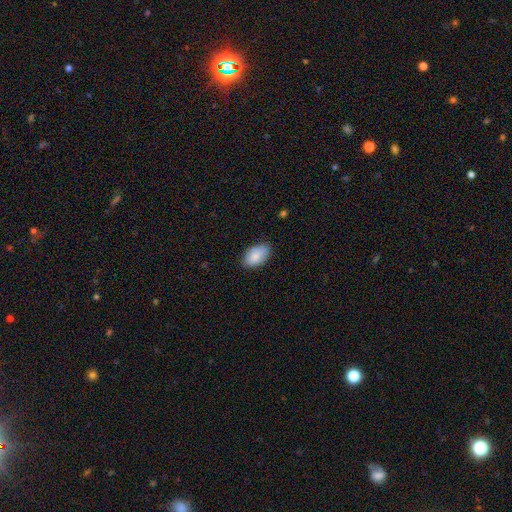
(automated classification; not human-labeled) This is clearly a smooth galaxy (85%). How rounded: clearly in between (94%). Merging: likely none (78%).